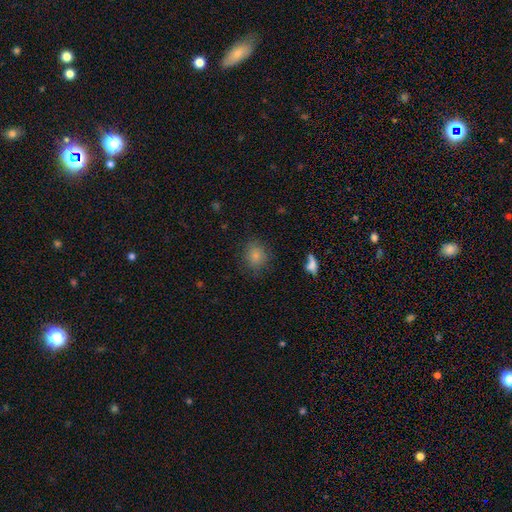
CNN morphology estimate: type=smooth (82%); roundness=round (70%); merging=none (82%).